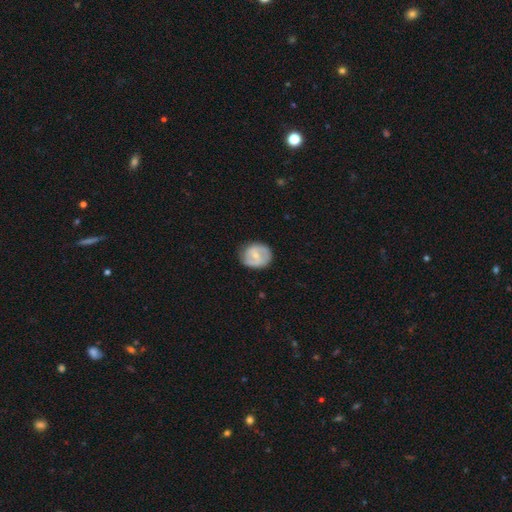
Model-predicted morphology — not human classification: Smooth or featured: featured or disk — 55% (smooth — 39%)
Edge-on disk: no — 97% (yes — 3%)
Bar: weak — 49% (no — 30%)
Spiral arms: yes — 70% (no — 30%)
Bulge size: small — 56% (moderate — 37%)
Merging: none — 77% (minor disturbance — 17%)